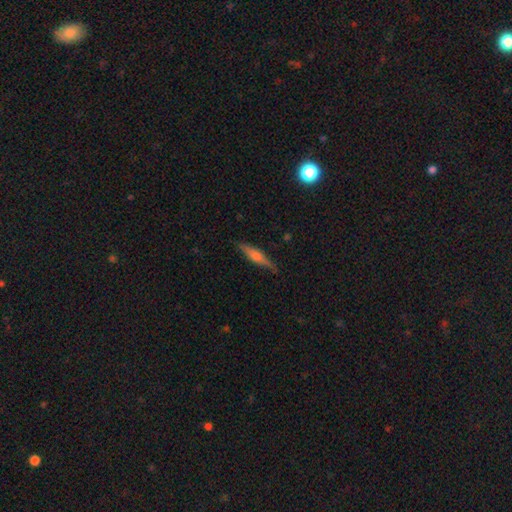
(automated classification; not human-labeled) A featured or disk galaxy (58%) viewed edge-on (96%) with a rounded central bulge (79%).

Vote fractions:
- Smooth or featured? featured or disk: 58% / smooth: 35% / star or artifact: 7%
- Edge-on disk? yes: 96% / no: 4%
- Edge-on bulge? rounded: 79% / boxy: 13% / none: 8%
- Merging? none: 86% / minor disturbance: 11% / major disturbance: 2% / merger: 1%